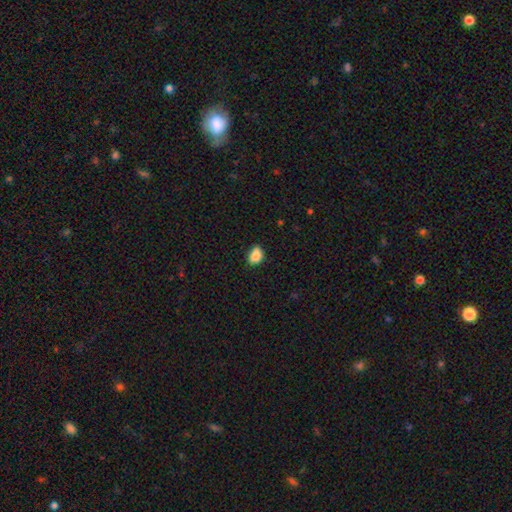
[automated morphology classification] Q: Smooth or featured?
A: smooth (88%); runner-up: star or artifact (9%)
Q: How rounded?
A: in between (78%); runner-up: round (20%)
Q: Merging?
A: none (70%); runner-up: minor disturbance (24%)